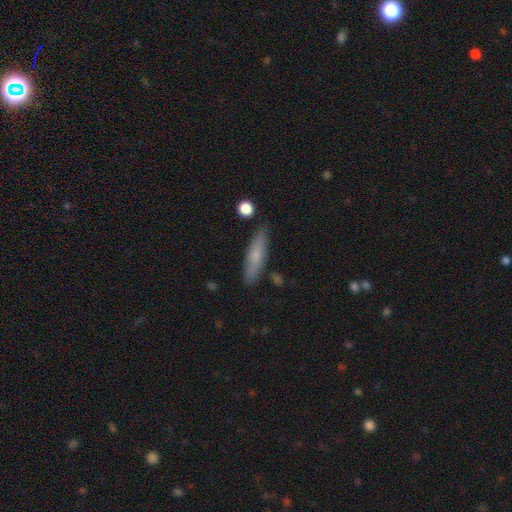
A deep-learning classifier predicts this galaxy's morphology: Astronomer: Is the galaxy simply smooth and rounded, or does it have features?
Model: smooth — 67%.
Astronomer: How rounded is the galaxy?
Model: cigar-shaped — 76%.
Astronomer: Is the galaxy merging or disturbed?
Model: none — 84%.